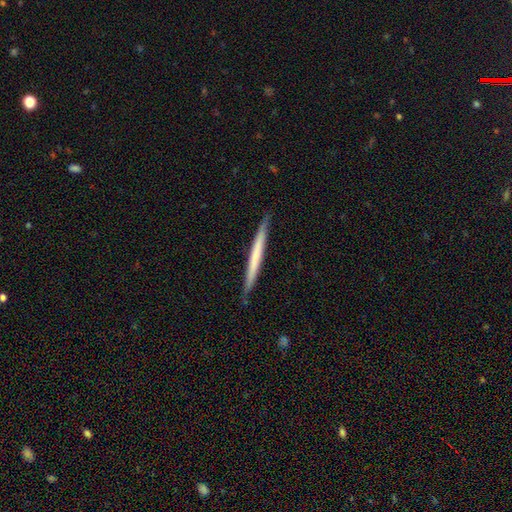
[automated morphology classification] smooth_or_featured: smooth (p=0.51) [alt: featured or disk p=0.44]
how_rounded: cigar-shaped (p=0.97) [alt: in between p=0.02]
merging: none (p=0.89) [alt: minor disturbance p=0.09]